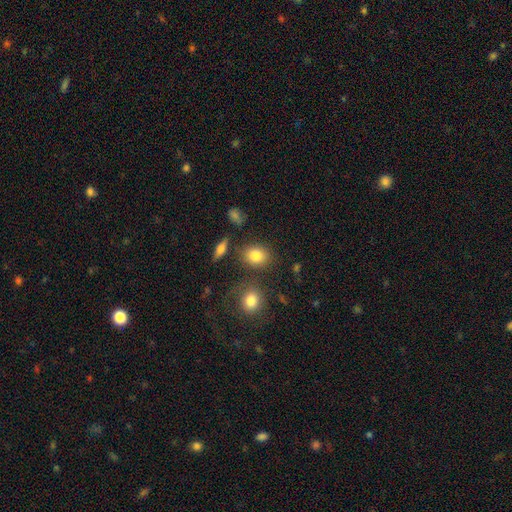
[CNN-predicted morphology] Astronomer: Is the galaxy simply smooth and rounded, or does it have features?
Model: smooth — 82%.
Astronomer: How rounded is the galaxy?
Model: round — 49%, tied with in between at 49%.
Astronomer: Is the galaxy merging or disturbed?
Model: none — 77%.